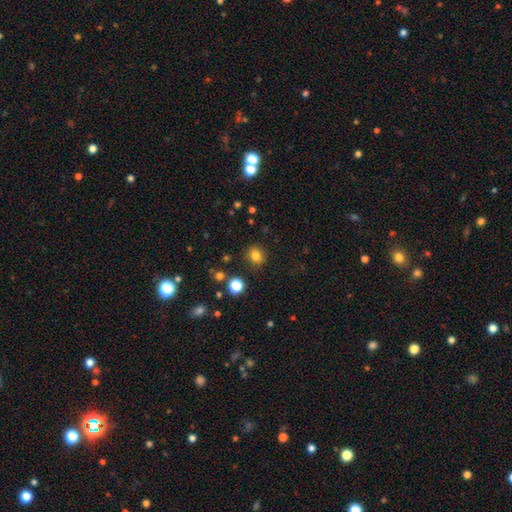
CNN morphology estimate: smooth-or-featured: smooth: 81% | star or artifact: 13% | featured or disk: 6%
  how-rounded: round: 76% | in between: 23% | cigar-shaped: 1%
  merging: none: 88% | minor disturbance: 8% | major disturbance: 3% | merger: 2%